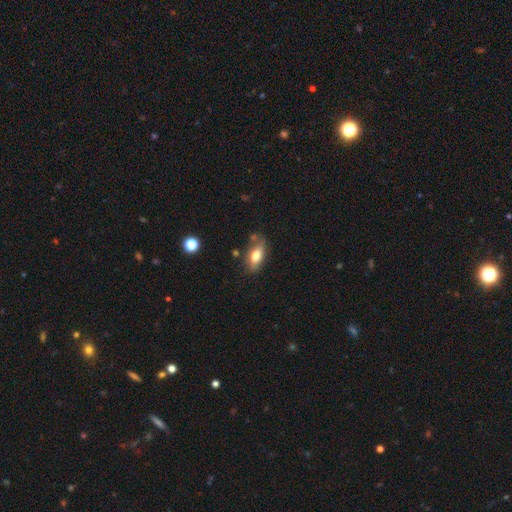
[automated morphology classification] smooth_or_featured: smooth (p=0.72) [alt: featured or disk p=0.21]
how_rounded: in between (p=0.84) [alt: cigar-shaped p=0.11]
merging: none (p=0.63) [alt: minor disturbance p=0.23]